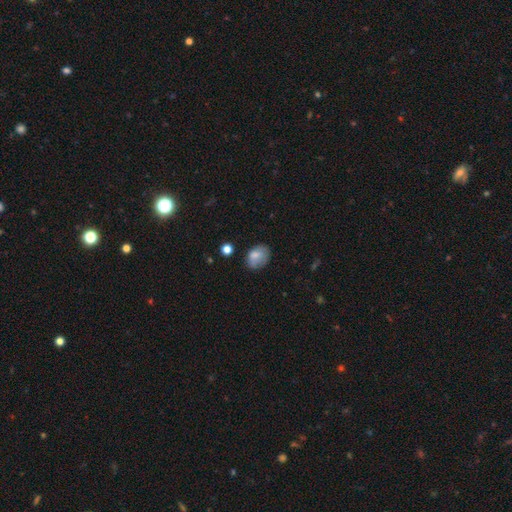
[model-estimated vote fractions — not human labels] Smooth or featured: smooth — 78% (featured or disk — 13%)
How rounded: in between — 68% (round — 31%)
Merging: none — 62% (minor disturbance — 27%)